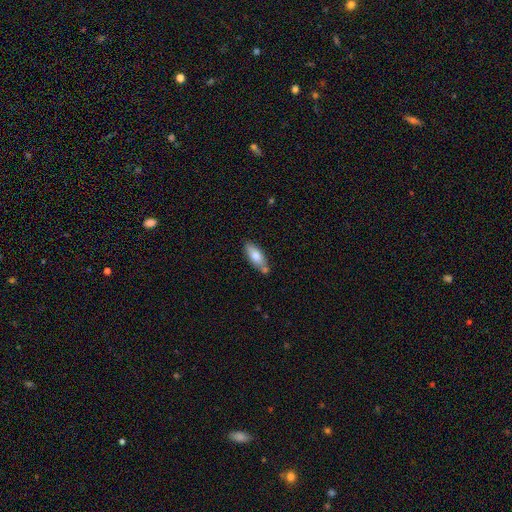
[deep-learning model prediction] smooth-or-featured: smooth: 77% | featured or disk: 17% | star or artifact: 6%
  how-rounded: in between: 73% | cigar-shaped: 25% | round: 2%
  merging: none: 64% | minor disturbance: 18% | merger: 15% | major disturbance: 4%